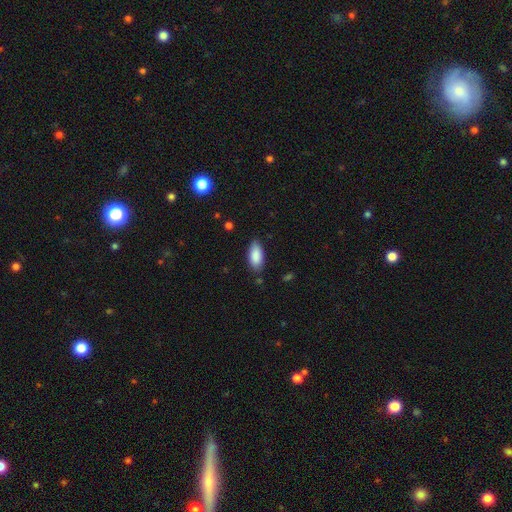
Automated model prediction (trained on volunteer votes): Morphology: type=smooth (88%); roundness=in between (89%); merging=none (82%).